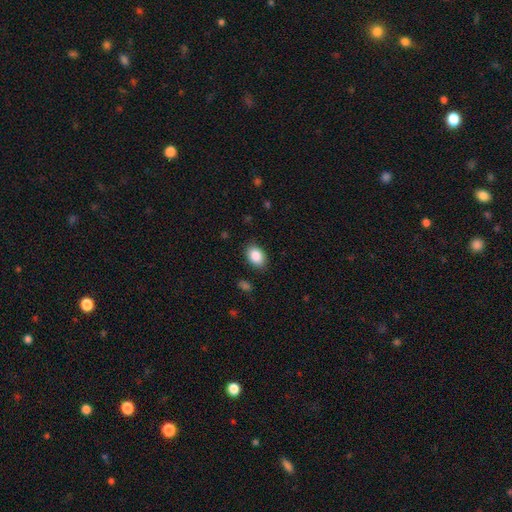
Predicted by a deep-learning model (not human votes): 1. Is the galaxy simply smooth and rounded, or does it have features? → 88% smooth, 8% star or artifact, 5% featured or disk.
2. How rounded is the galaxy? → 82% in between, 17% round, 1% cigar-shaped.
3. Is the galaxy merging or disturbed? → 86% none, 11% minor disturbance, 3% major disturbance, 1% merger.